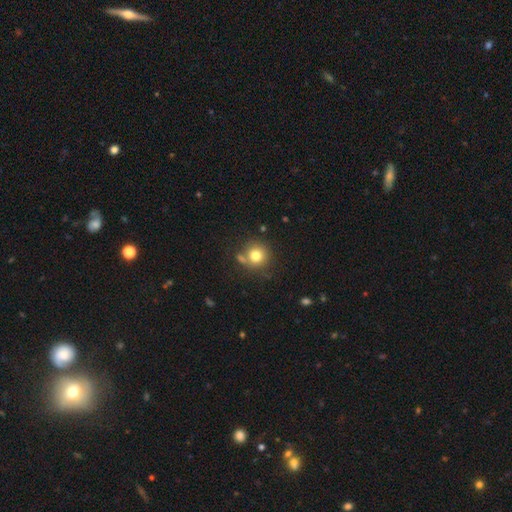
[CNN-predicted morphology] A smooth galaxy with no disk features (78%) that is round (91%). Merging: none (68%).